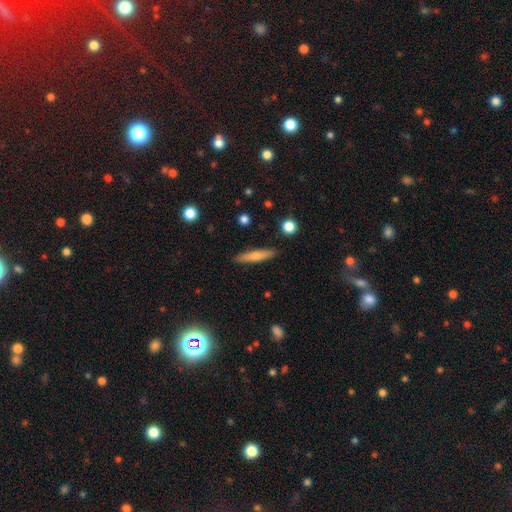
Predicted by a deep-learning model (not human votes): A smooth galaxy with no disk features (61%) that is cigar-shaped (88%).

Vote fractions:
- Smooth or featured? smooth: 61% / featured or disk: 32% / star or artifact: 6%
- How rounded? cigar-shaped: 88% / in between: 10% / round: 2%
- Merging? none: 89% / minor disturbance: 7% / major disturbance: 2% / merger: 1%